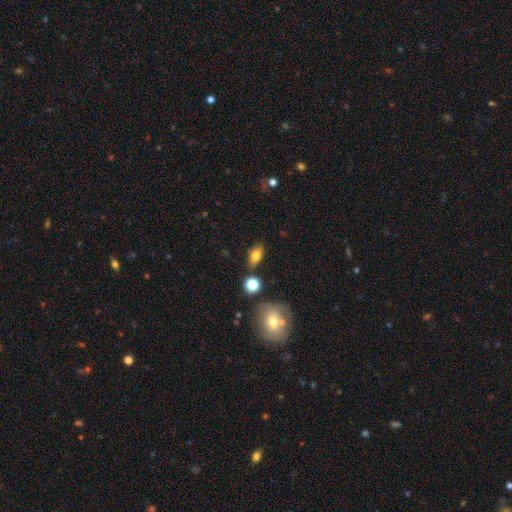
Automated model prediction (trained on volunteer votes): smooth-or-featured: smooth: 78% | featured or disk: 12% | star or artifact: 10%
  how-rounded: in between: 84% | round: 11% | cigar-shaped: 5%
  merging: none: 81% | minor disturbance: 11% | merger: 5% | major disturbance: 3%